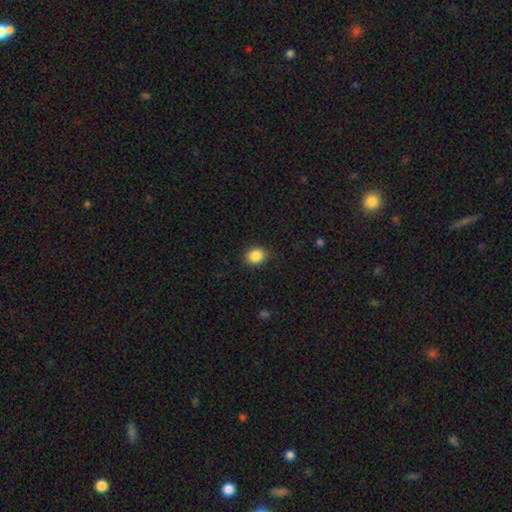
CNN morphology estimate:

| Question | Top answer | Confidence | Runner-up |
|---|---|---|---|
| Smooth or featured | smooth | 87% | star or artifact (9%) |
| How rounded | round | 56% | in between (43%) |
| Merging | none | 88% | minor disturbance (9%) |